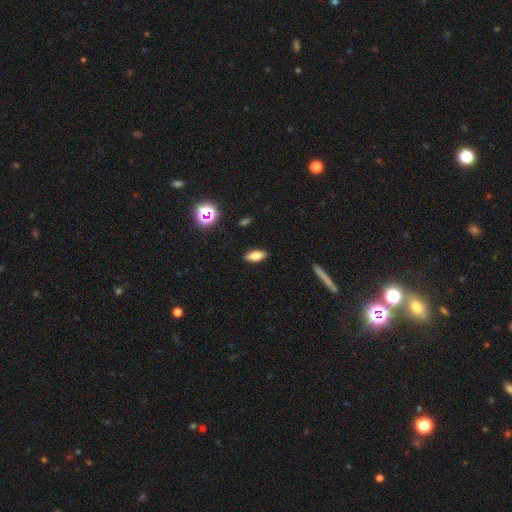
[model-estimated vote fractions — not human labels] Q: Smooth or featured?
A: smooth (69%); runner-up: featured or disk (20%)
Q: How rounded?
A: in between (75%); runner-up: cigar-shaped (21%)
Q: Merging?
A: none (88%); runner-up: minor disturbance (8%)